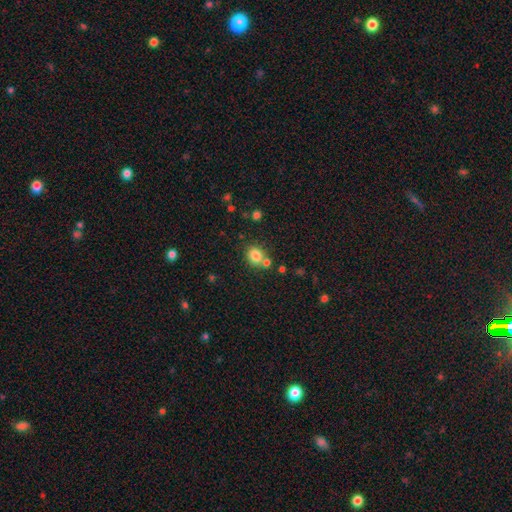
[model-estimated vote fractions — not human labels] Morphology: type=smooth (82%); roundness=round (72%); merging=none (66%).